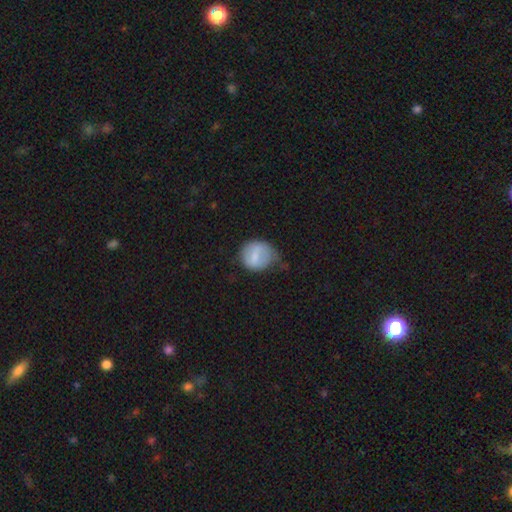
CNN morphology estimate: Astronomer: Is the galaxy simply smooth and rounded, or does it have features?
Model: smooth — 72%.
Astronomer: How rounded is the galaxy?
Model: round — 74%.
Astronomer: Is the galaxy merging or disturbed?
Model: none — 41% (runner-up: minor disturbance, 40%).